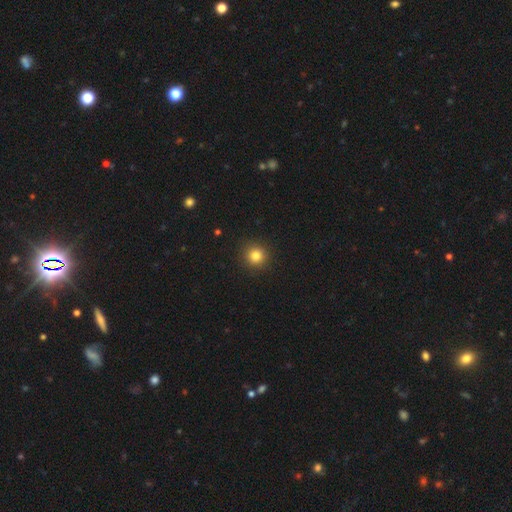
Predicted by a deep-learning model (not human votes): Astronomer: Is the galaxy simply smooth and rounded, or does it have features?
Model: smooth — 83%.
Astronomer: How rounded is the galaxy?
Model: round — 94%.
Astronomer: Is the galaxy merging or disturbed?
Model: none — 92%.